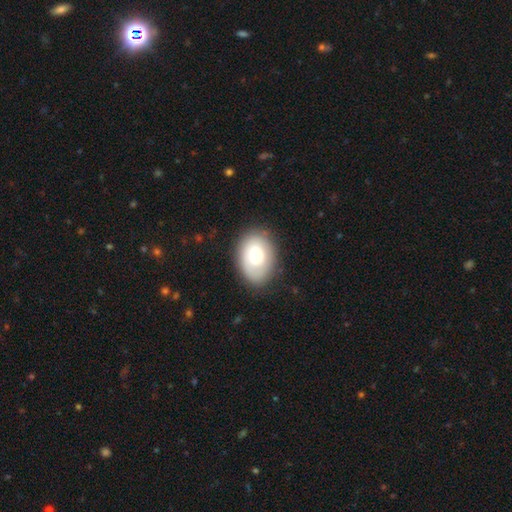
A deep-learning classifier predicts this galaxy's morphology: Q: Smooth or featured?
A: smooth (71%); runner-up: featured or disk (22%)
Q: How rounded?
A: in between (76%); runner-up: round (23%)
Q: Merging?
A: none (82%); runner-up: minor disturbance (13%)